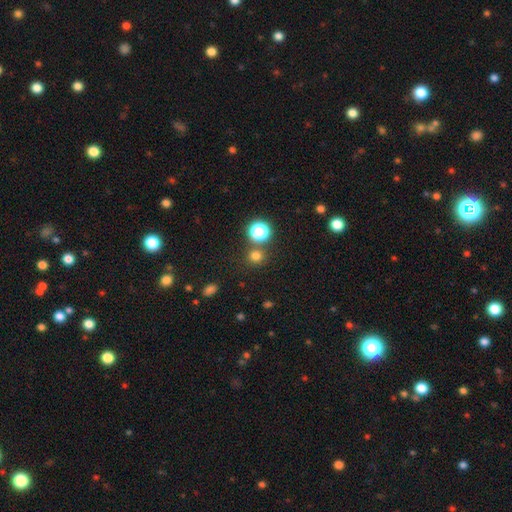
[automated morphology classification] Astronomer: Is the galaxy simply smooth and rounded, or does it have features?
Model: smooth — 72%.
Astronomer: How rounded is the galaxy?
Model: round — 89%.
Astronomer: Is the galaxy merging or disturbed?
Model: none — 80%.